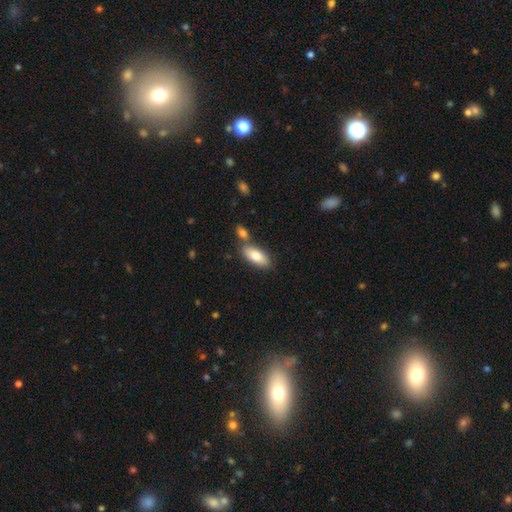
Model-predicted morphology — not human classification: type=smooth (81%); roundness=in between (86%); merging=none (66%).